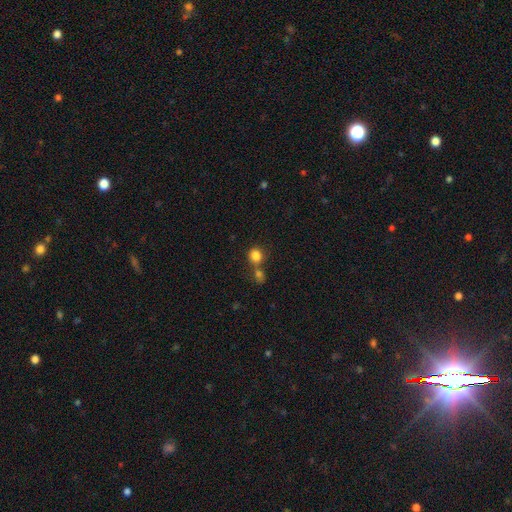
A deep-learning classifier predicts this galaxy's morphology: smooth-or-featured: smooth: 83% | star or artifact: 11% | featured or disk: 6%
  how-rounded: round: 84% | in between: 15% | cigar-shaped: 1%
  merging: none: 56% | merger: 31% | minor disturbance: 9% | major disturbance: 4%